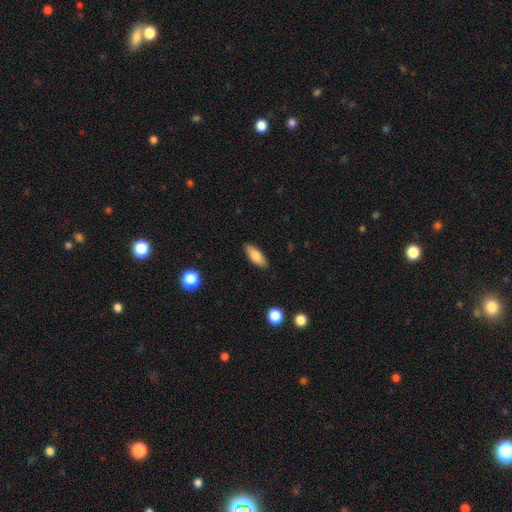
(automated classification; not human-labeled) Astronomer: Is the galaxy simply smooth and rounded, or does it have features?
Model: smooth — 81%.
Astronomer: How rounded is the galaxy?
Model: in between — 71%.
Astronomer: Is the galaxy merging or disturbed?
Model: none — 87%.